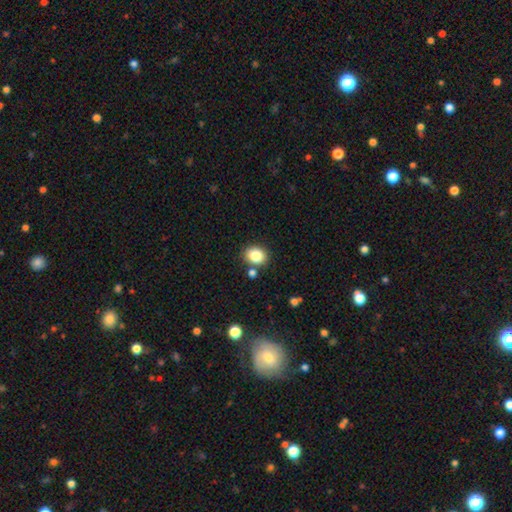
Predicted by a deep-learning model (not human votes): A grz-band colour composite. It shows a smooth galaxy with no disk features (83%) that is round (56%). Merging: none (80%).